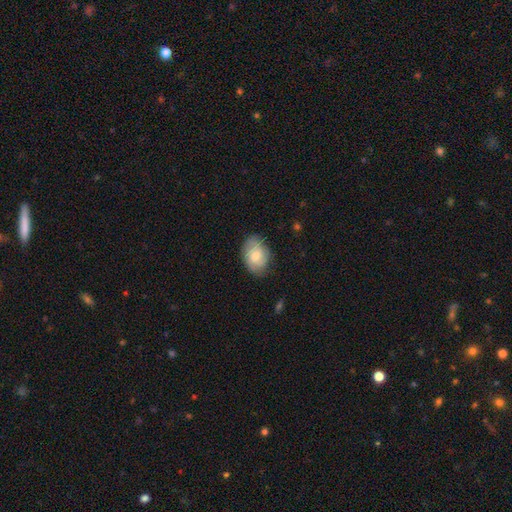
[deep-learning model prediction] Smooth or featured: smooth — 65% (featured or disk — 29%)
How rounded: in between — 80% (round — 18%)
Merging: none — 77% (minor disturbance — 18%)